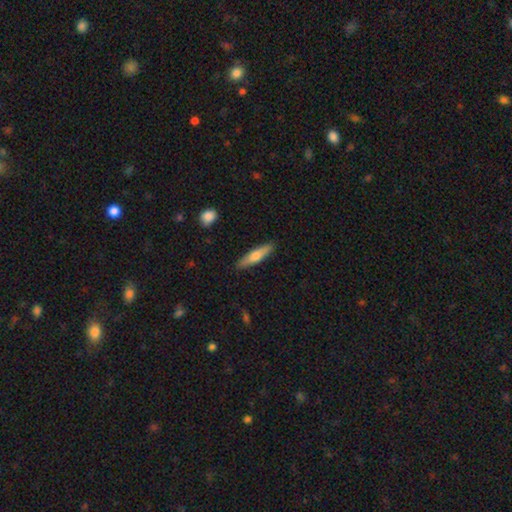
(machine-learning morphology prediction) Smooth or featured? Predicted: smooth (p=0.59). How rounded? Predicted: cigar-shaped (p=0.80). Merging? Predicted: none (p=0.89).